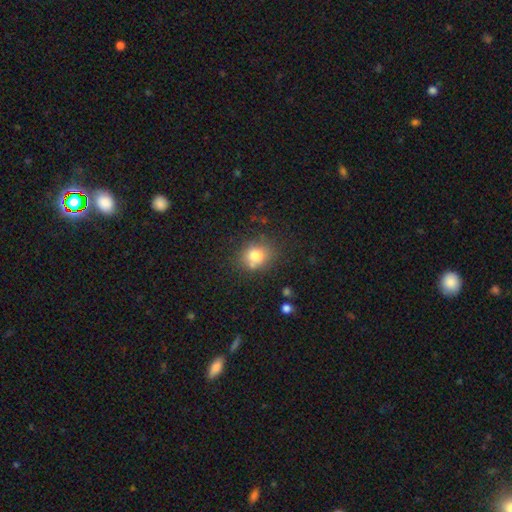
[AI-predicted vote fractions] smooth 75%, star or artifact 13%, featured or disk 12%. Down the decision tree: how rounded — round (72%); merging — none (70%).